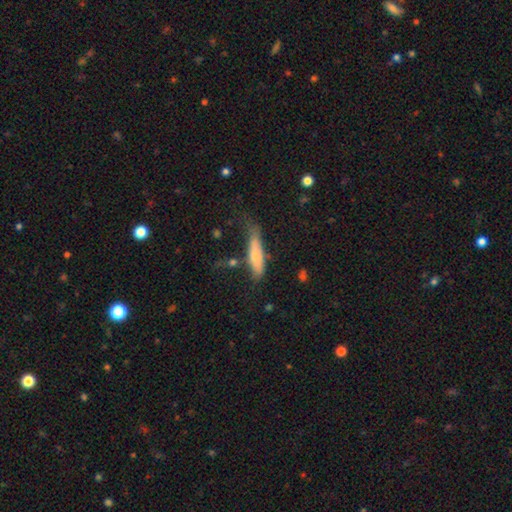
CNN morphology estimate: Smooth or featured? smooth (64%)
How rounded? cigar-shaped (67%)
Merging? none (47%)